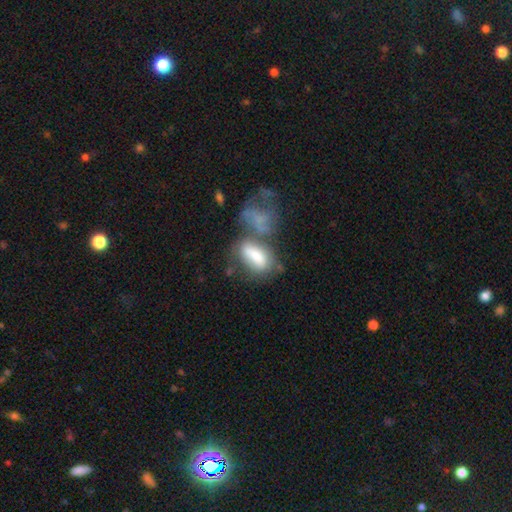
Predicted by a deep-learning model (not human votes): Overall: smooth (69%). How rounded: in between (84%). Merging: merger (40%; none 30%).